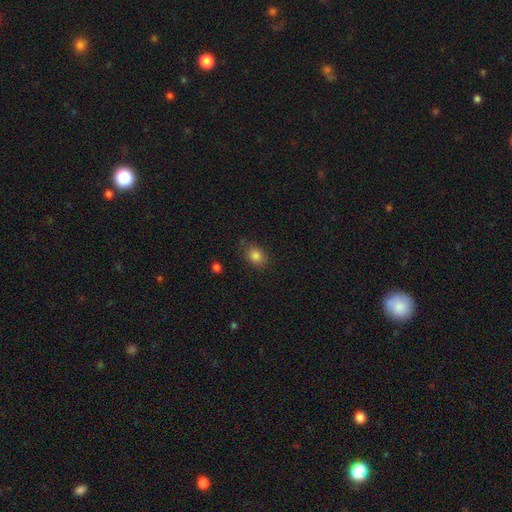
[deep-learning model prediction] Smooth or featured: smooth — 84% (star or artifact — 10%)
How rounded: in between — 68% (round — 31%)
Merging: none — 79% (minor disturbance — 15%)